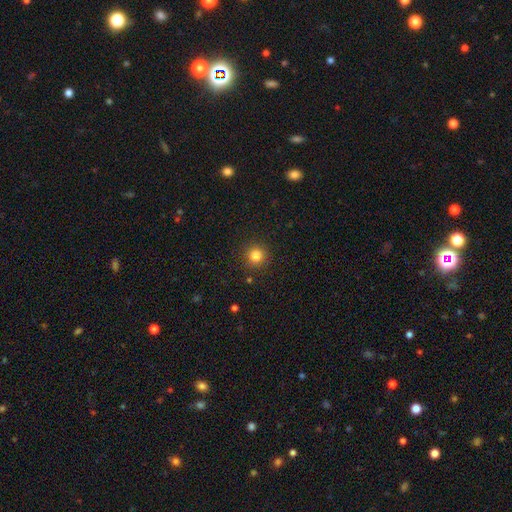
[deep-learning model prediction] Smooth or featured?
  - smooth: 83% *
  - star or artifact: 13%
  - featured or disk: 5%
How rounded?
  - round: 94% *
  - in between: 5%
  - cigar-shaped: 1%
Merging?
  - none: 90% *
  - minor disturbance: 6%
  - major disturbance: 2%
  - merger: 1%